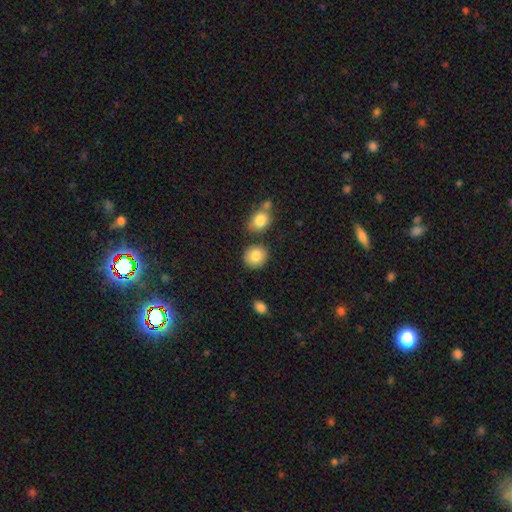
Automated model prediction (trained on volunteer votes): smooth-or-featured: smooth: 85% | star or artifact: 8% | featured or disk: 7%
  how-rounded: round: 76% | in between: 23% | cigar-shaped: 1%
  merging: none: 80% | minor disturbance: 10% | merger: 8% | major disturbance: 3%